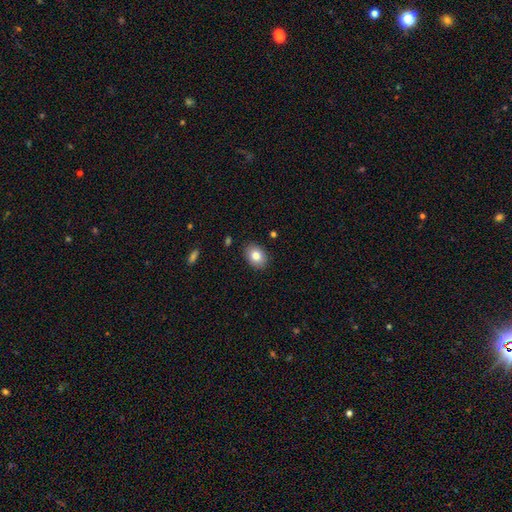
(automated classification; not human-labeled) A smooth galaxy with no disk features (83%) that is in between round and cigar-shaped (70%).

Vote fractions:
- Smooth or featured? smooth: 83% / featured or disk: 9% / star or artifact: 8%
- How rounded? in between: 70% / round: 29% / cigar-shaped: 1%
- Merging? none: 87% / minor disturbance: 9% / major disturbance: 2% / merger: 1%